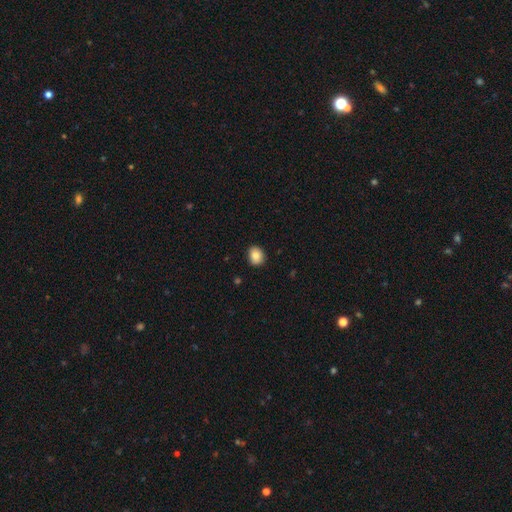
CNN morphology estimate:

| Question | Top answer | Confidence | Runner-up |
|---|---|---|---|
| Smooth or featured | smooth | 86% | star or artifact (8%) |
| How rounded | round | 62% | in between (37%) |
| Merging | none | 89% | minor disturbance (9%) |